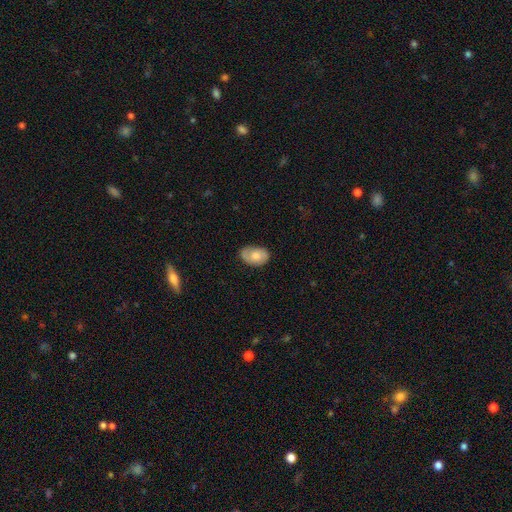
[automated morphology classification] Smooth or featured: smooth — 67% (featured or disk — 26%)
How rounded: in between — 87% (round — 12%)
Merging: none — 68% (minor disturbance — 24%)